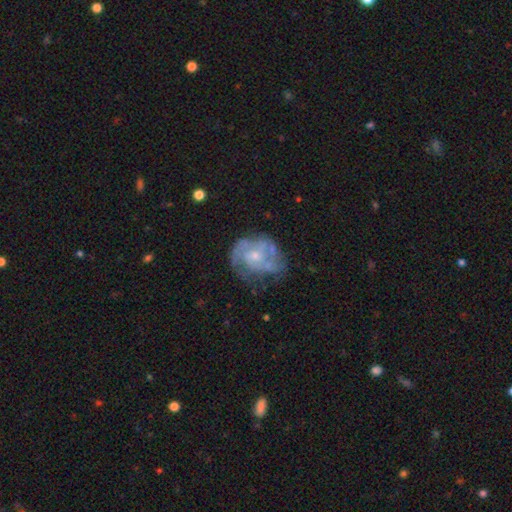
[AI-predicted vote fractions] featured or disk 75%, smooth 18%, star or artifact 7%. Down the decision tree: edge-on disk — no (98%); bar — no (73%); spiral arms — yes (73%); spiral arm count — can't tell (42%); spiral winding — tight (47%); bulge size — small (59%); merging — none (51%).